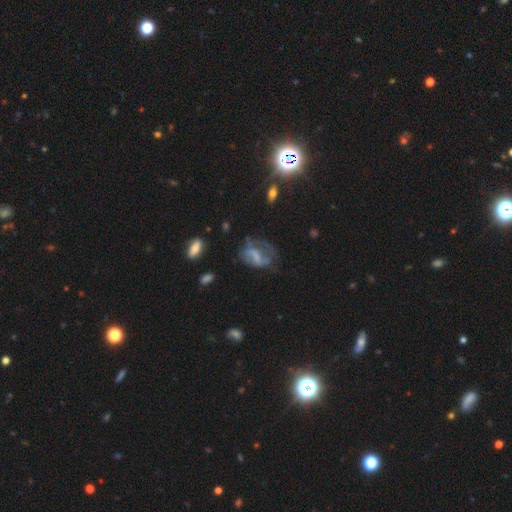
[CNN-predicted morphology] Smooth or featured? Predicted: featured or disk (p=0.55). Edge-on disk? Predicted: no (p=0.95). Bar? Predicted: no (p=0.39, tied with weak). Spiral arms? Predicted: yes (p=0.55). Bulge size? Predicted: none (p=0.45). Merging? Predicted: none (p=0.37).